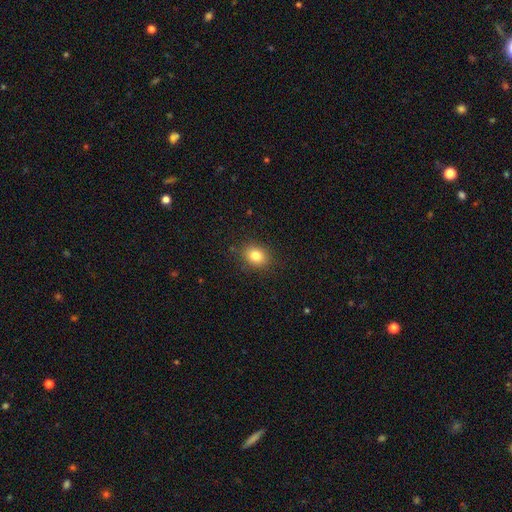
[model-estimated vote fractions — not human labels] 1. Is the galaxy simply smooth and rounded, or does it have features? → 83% smooth, 11% star or artifact, 7% featured or disk.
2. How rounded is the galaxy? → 55% in between, 44% round, 1% cigar-shaped.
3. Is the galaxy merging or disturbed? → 87% none, 9% minor disturbance, 3% major disturbance, 1% merger.